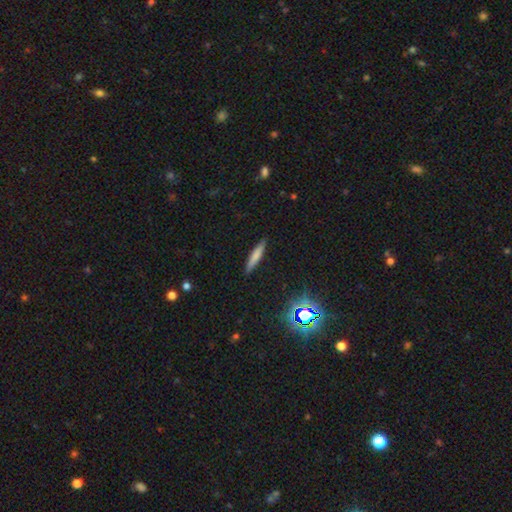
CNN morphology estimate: A smooth galaxy with no disk features (68%) that is cigar-shaped (88%). Merging: none (89%).